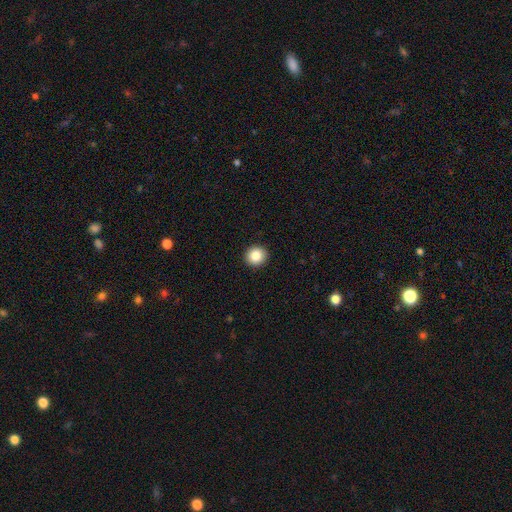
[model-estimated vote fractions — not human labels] Smooth or featured? smooth (86%)
How rounded? round (92%)
Merging? none (93%)